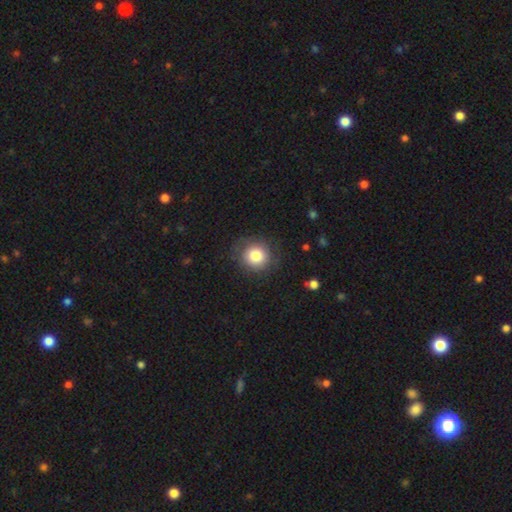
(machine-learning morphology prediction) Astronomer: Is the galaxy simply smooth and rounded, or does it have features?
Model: smooth — 81%.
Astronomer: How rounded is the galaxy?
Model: round — 90%.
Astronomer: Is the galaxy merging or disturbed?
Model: none — 81%.